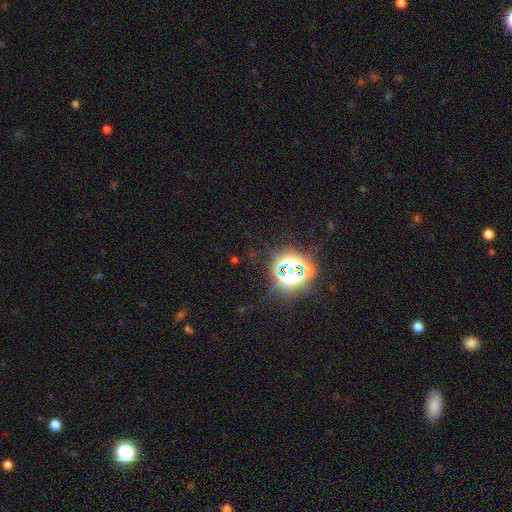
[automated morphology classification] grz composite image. It shows a star or artifact, not a galaxy (76%).